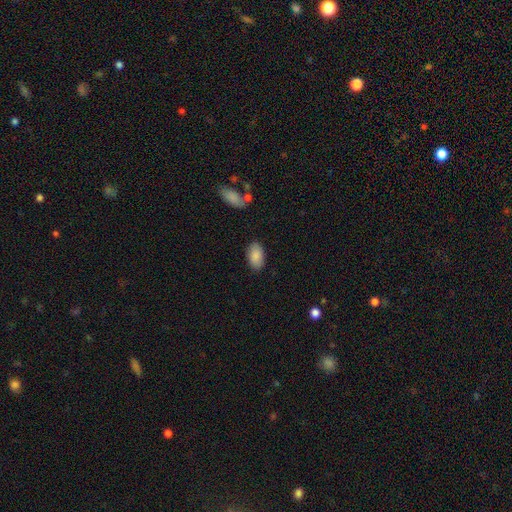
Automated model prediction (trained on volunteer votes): A smooth galaxy with no disk features (88%) that is in between round and cigar-shaped (94%).

Vote fractions:
- Smooth or featured? smooth: 88% / star or artifact: 7% / featured or disk: 6%
- How rounded? in between: 94% / round: 4% / cigar-shaped: 2%
- Merging? none: 86% / minor disturbance: 10% / major disturbance: 2% / merger: 1%